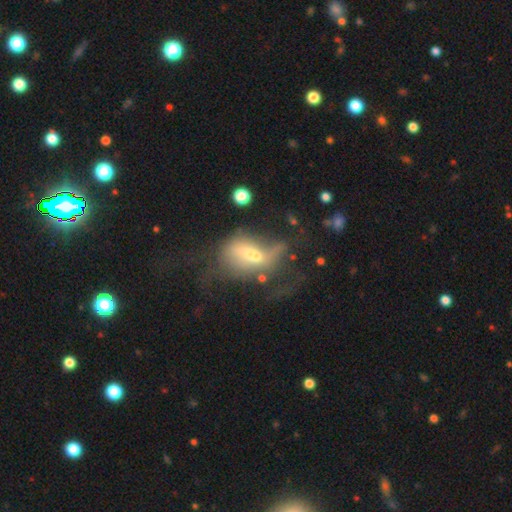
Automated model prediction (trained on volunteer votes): Smooth or featured: featured or disk — 50% (smooth — 37%)
Merging: major disturbance — 43% (none — 24%)